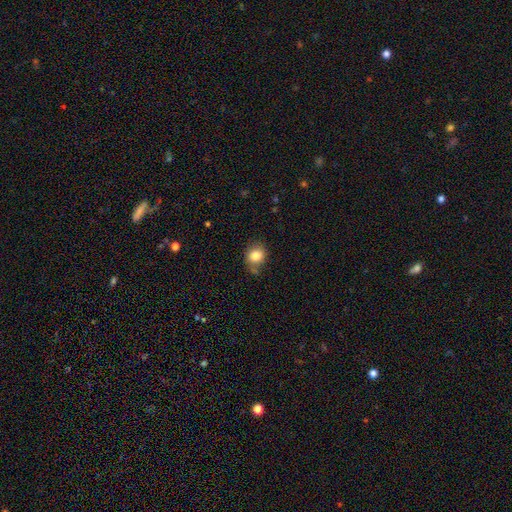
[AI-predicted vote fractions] Smooth or featured? smooth (82%)
How rounded? round (71%)
Merging? none (69%)